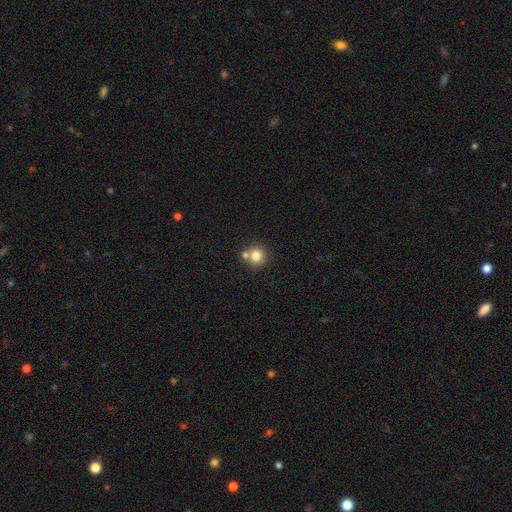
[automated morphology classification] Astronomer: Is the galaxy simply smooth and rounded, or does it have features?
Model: smooth — 80%.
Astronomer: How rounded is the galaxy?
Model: round — 91%.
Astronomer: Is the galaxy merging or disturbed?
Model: none — 61%.